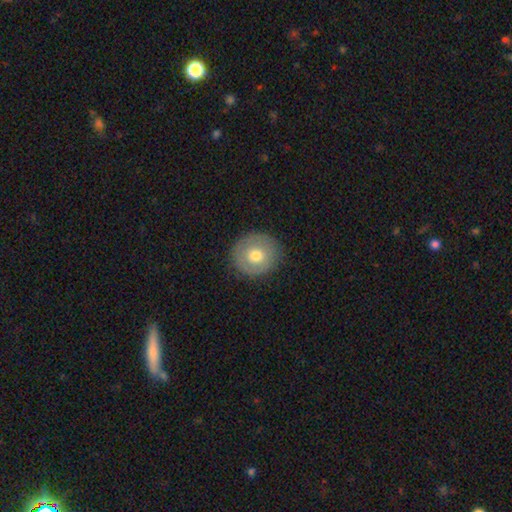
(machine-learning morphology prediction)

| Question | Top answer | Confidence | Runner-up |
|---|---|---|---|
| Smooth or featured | smooth | 63% | featured or disk (30%) |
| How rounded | round | 90% | in between (9%) |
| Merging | none | 85% | minor disturbance (10%) |